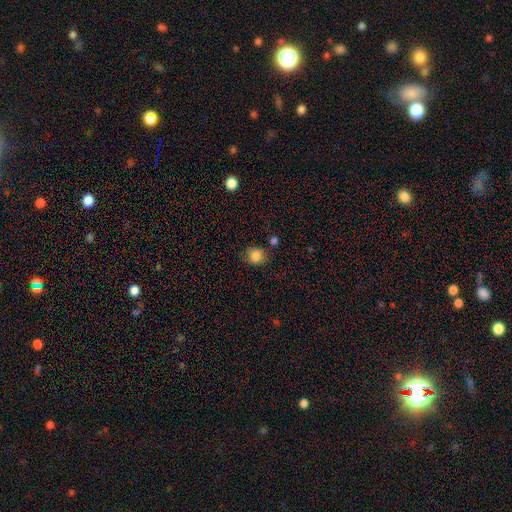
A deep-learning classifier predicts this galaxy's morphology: type=smooth (85%); roundness=round (75%); merging=none (75%).